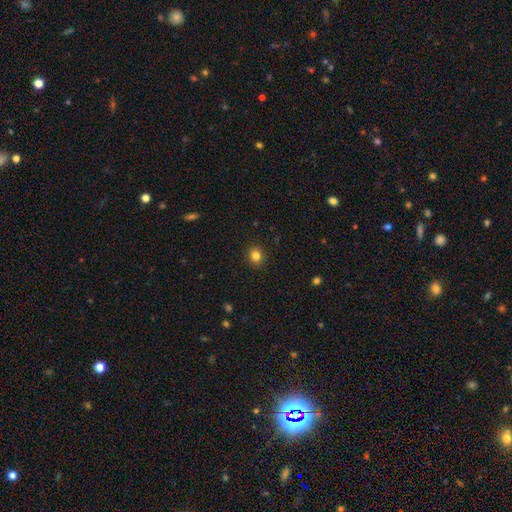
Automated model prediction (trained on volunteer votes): Q: Smooth or featured?
A: smooth (83%); runner-up: star or artifact (12%)
Q: How rounded?
A: round (80%); runner-up: in between (19%)
Q: Merging?
A: none (90%); runner-up: minor disturbance (7%)